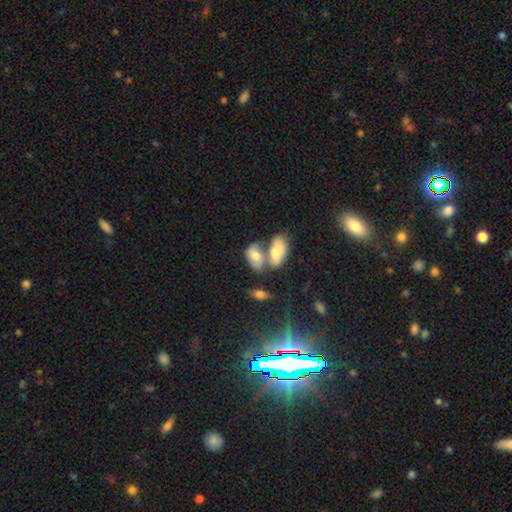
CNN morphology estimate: Overall: smooth (63%; featured or disk 28%). How rounded: in between (89%). Merging: merger (60%; none 24%).